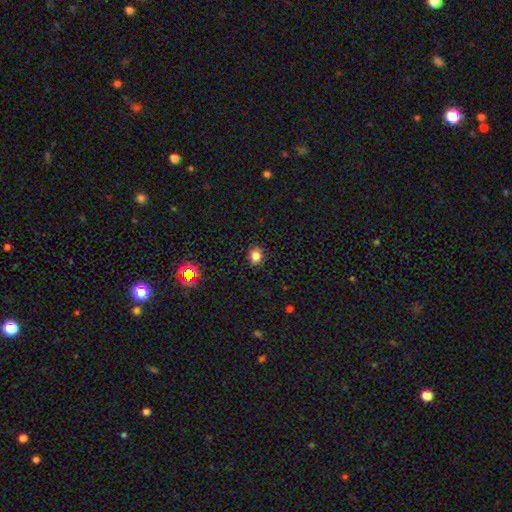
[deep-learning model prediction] Smooth or featured? smooth (80%)
How rounded? round (73%)
Merging? none (89%)